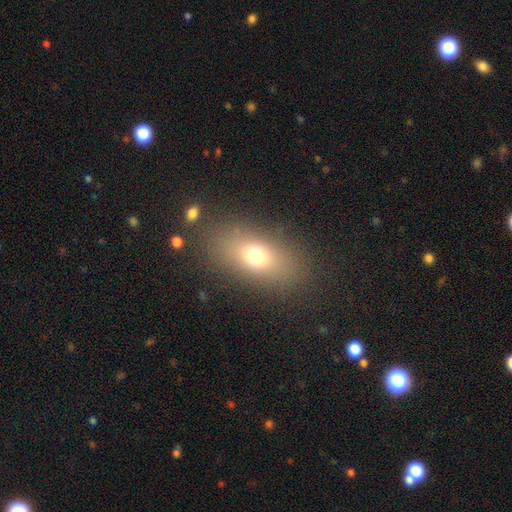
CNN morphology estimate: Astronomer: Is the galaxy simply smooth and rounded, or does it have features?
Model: smooth — 70%.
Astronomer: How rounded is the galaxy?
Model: in between — 80%.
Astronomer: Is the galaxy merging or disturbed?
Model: none — 83%.